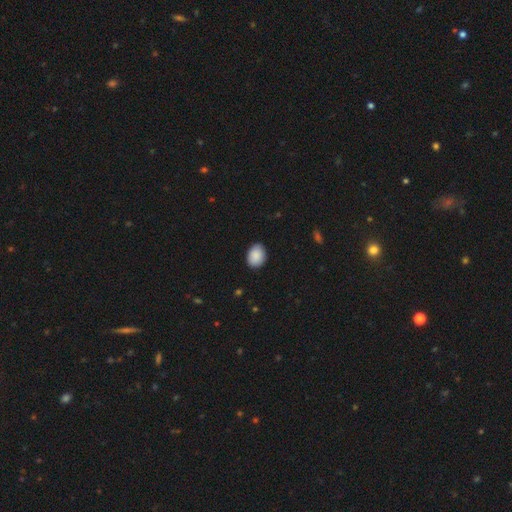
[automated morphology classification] Q: Smooth or featured?
A: smooth (89%); runner-up: star or artifact (7%)
Q: How rounded?
A: in between (66%); runner-up: round (33%)
Q: Merging?
A: none (86%); runner-up: minor disturbance (11%)